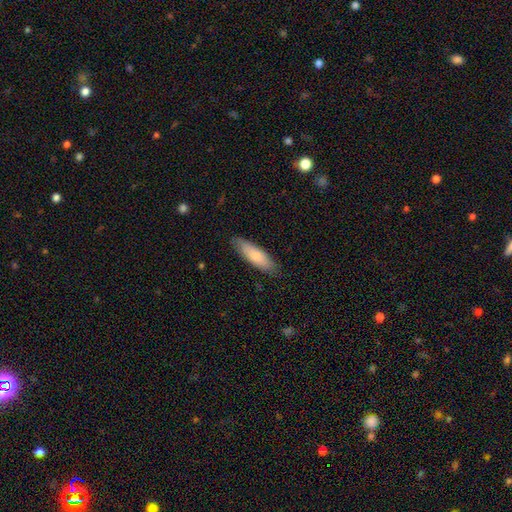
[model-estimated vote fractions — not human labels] The model was most divided on "how rounded": cigar-shaped: 53%, in between: 46%, round: 2%. More confident: merging — none (83%); smooth or featured — smooth (77%).